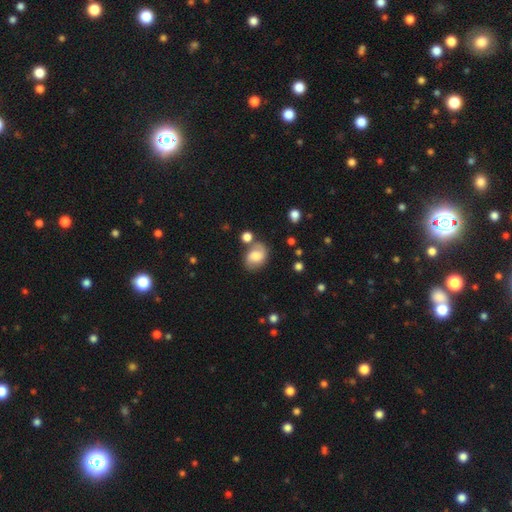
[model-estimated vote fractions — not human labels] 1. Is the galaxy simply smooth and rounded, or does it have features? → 52% smooth, 38% featured or disk, 10% star or artifact.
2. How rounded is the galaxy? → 62% in between, 37% round, 1% cigar-shaped.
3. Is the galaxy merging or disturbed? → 61% none, 19% minor disturbance, 13% merger, 7% major disturbance.